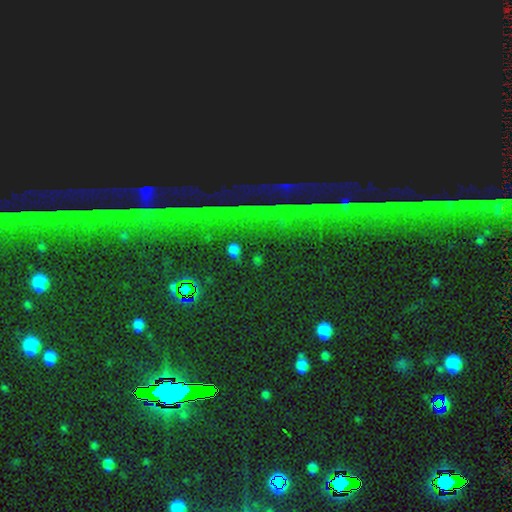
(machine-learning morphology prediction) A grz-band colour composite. It shows a star or artifact, not a galaxy (87%).